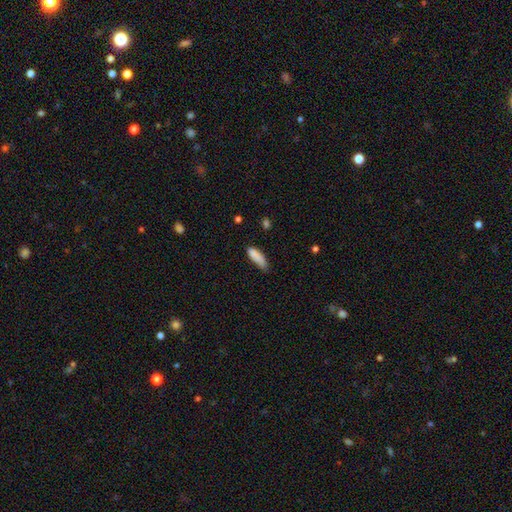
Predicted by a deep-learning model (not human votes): Q: Smooth or featured?
A: smooth (86%); runner-up: star or artifact (7%)
Q: How rounded?
A: in between (54%); runner-up: cigar-shaped (44%)
Q: Merging?
A: none (48%); runner-up: minor disturbance (39%)